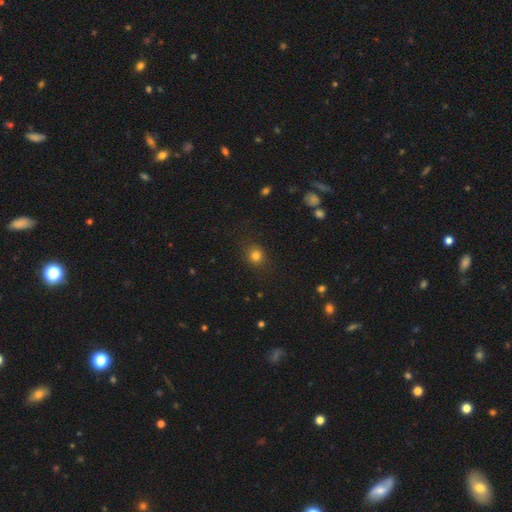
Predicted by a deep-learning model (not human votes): A smooth galaxy with no disk features (80%) that is round (81%).

Vote fractions:
- Smooth or featured? smooth: 80% / star or artifact: 14% / featured or disk: 6%
- How rounded? round: 81% / in between: 18% / cigar-shaped: 1%
- Merging? none: 85% / minor disturbance: 10% / major disturbance: 3% / merger: 1%